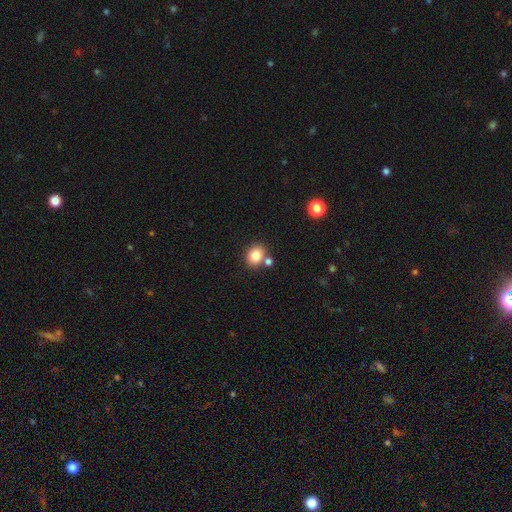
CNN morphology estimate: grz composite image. It shows a smooth galaxy with no disk features (83%) that is round (61%). Merging: none (69%).